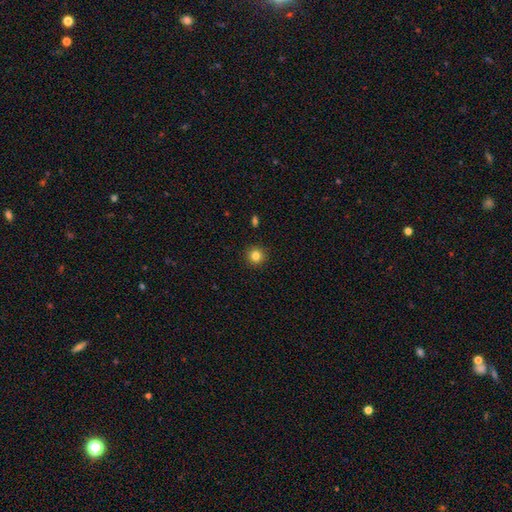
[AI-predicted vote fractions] Smooth or featured? Predicted: smooth (p=0.82). How rounded? Predicted: round (p=0.93). Merging? Predicted: none (p=0.92).